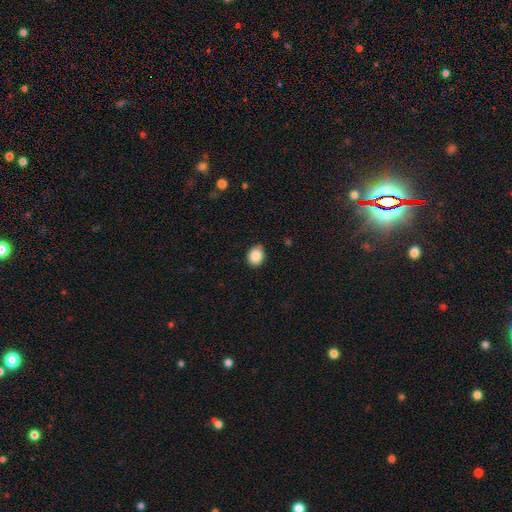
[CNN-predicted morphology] Overall: smooth (88%). How rounded: round (54%; in between 45%). Merging: none (84%).